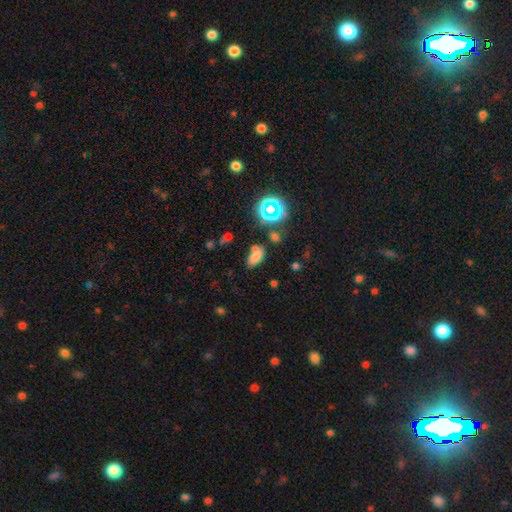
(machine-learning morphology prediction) This is likely a smooth galaxy (68%). How rounded: clearly in between (89%). Merging: likely none (63%).